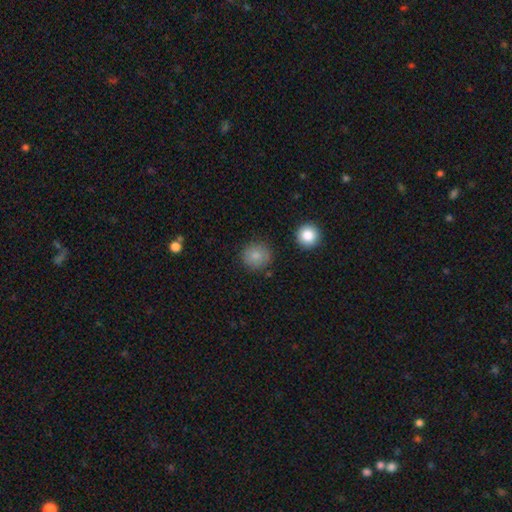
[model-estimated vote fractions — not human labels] smooth 83%, star or artifact 9%, featured or disk 8%. Down the decision tree: how rounded — round (93%); merging — none (85%).